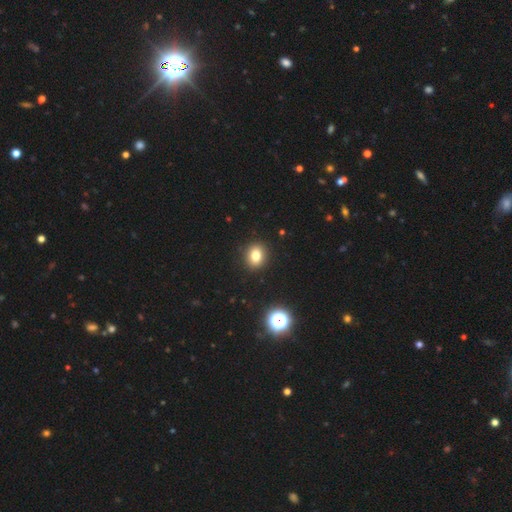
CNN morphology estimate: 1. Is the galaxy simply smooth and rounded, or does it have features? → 79% smooth, 13% star or artifact, 8% featured or disk.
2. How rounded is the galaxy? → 63% round, 36% in between, 1% cigar-shaped.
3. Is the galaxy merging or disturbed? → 91% none, 6% minor disturbance, 2% major disturbance, 1% merger.